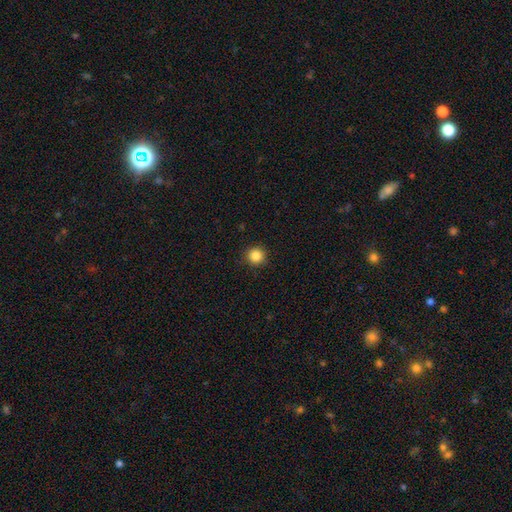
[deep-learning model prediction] smooth 86%, star or artifact 11%, featured or disk 4%. Down the decision tree: how rounded — round (95%); merging — none (92%).